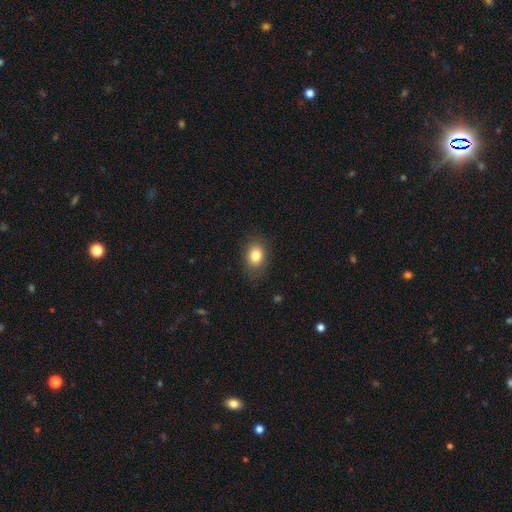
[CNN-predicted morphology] Smooth or featured? smooth (83%)
How rounded? in between (65%)
Merging? none (83%)